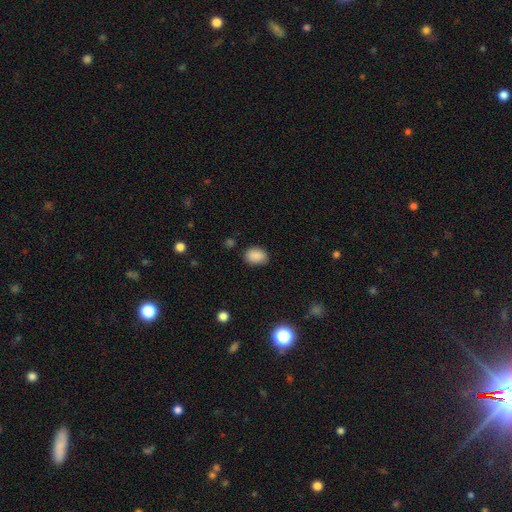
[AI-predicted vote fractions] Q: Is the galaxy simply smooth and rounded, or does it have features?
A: smooth — 88%.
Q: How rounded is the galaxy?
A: in between — 75%.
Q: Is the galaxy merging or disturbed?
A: none — 78%.